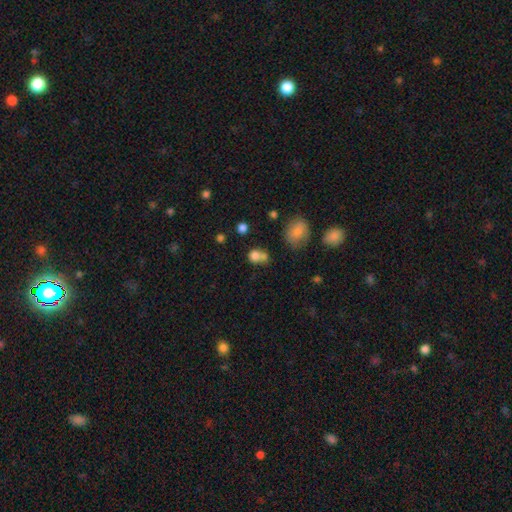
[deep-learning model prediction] Smooth or featured? Predicted: smooth (p=0.77). How rounded? Predicted: round (p=0.71). Merging? Predicted: merger (p=0.43).